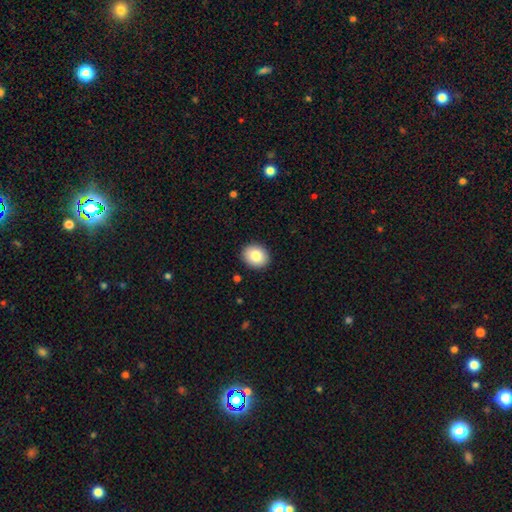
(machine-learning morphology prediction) A smooth galaxy with no disk features (84%) that is round (56%). Merging: none (91%).